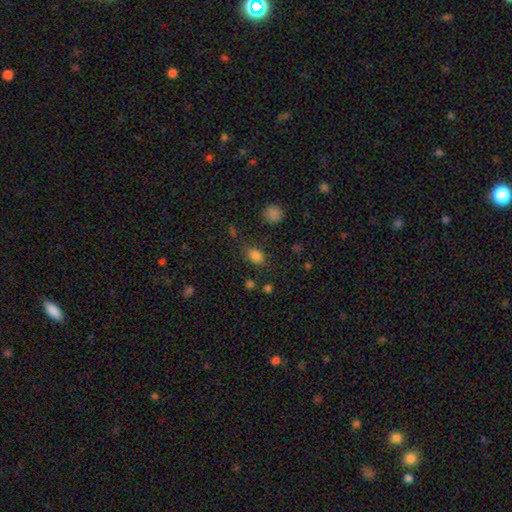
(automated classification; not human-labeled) Smooth or featured? smooth (81%)
How rounded? in between (72%)
Merging? none (72%)